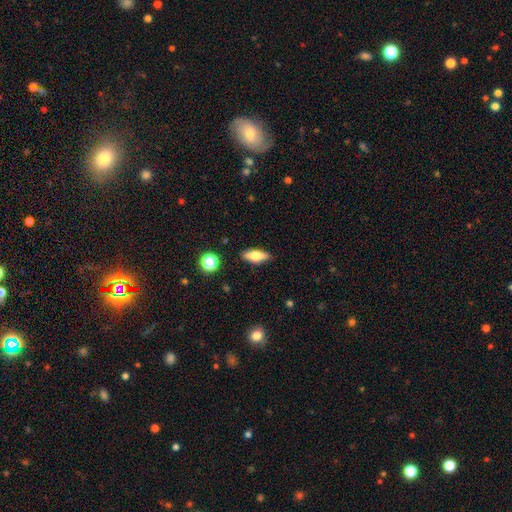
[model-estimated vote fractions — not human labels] Smooth or featured? Predicted: smooth (p=0.64). How rounded? Predicted: in between (p=0.64). Merging? Predicted: none (p=0.87).